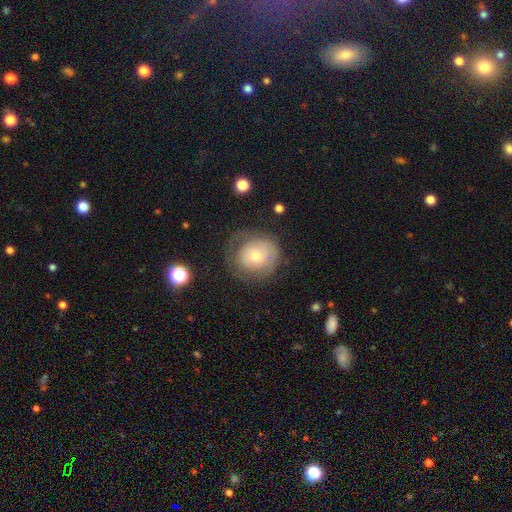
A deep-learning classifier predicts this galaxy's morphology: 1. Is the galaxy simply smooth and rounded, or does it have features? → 51% smooth, 40% featured or disk, 9% star or artifact.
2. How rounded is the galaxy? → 82% round, 17% in between, 1% cigar-shaped.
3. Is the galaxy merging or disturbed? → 62% none, 22% minor disturbance, 15% major disturbance, 2% merger.